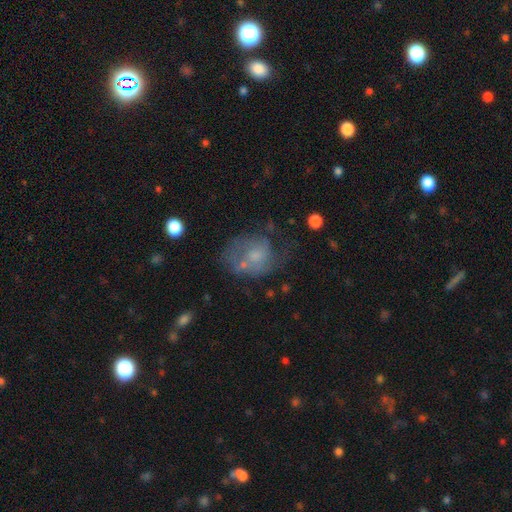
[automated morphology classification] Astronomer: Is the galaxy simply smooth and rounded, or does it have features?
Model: featured or disk — 49% (runner-up: smooth, 41%).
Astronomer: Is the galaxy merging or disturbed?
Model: none — 37% (runner-up: major disturbance, 30%).